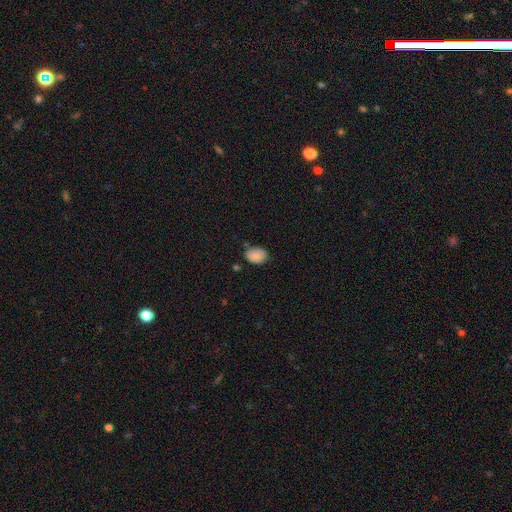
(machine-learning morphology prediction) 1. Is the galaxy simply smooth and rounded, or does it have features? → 83% smooth, 9% featured or disk, 8% star or artifact.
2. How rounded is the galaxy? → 73% in between, 26% round, 1% cigar-shaped.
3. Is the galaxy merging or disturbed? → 69% none, 23% minor disturbance, 4% major disturbance, 4% merger.